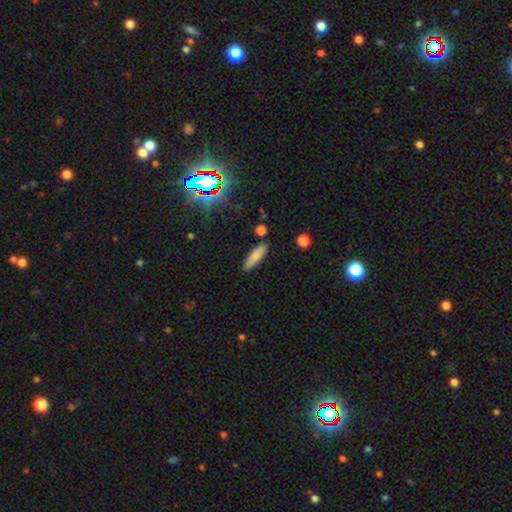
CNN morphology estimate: A smooth galaxy with no disk features (80%) that is cigar-shaped (61%). Merging: none (79%).